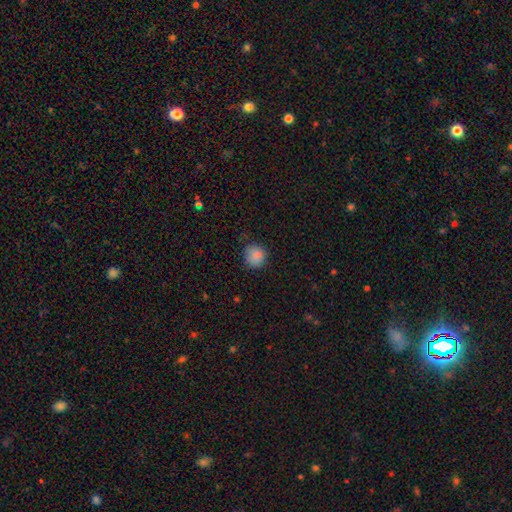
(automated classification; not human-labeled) smooth_or_featured: smooth (p=0.85) [alt: star or artifact p=0.10]
how_rounded: round (p=0.85) [alt: in between p=0.14]
merging: none (p=0.72) [alt: minor disturbance p=0.22]